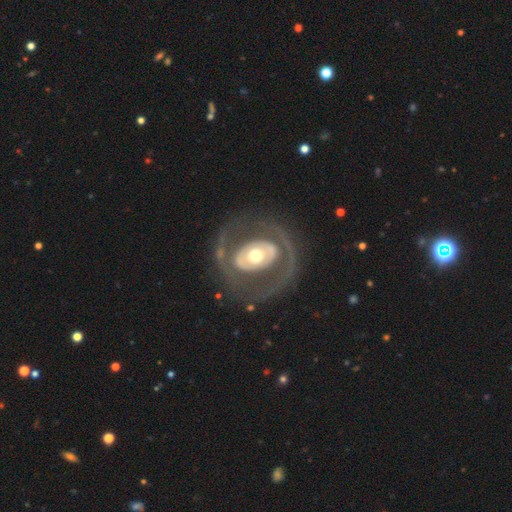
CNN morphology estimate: Smooth or featured? Predicted: featured or disk (p=0.75). Edge-on disk? Predicted: no (p=0.95). Bar? Predicted: no (p=0.76). Spiral arms? Predicted: no (p=0.53). Bulge size? Predicted: moderate (p=0.65). Merging? Predicted: none (p=0.70).